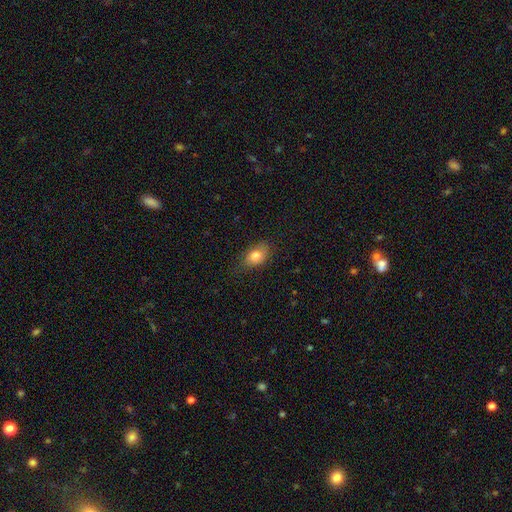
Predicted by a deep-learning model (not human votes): smooth-or-featured: smooth: 82% | featured or disk: 10% | star or artifact: 9%
  how-rounded: in between: 80% | round: 18% | cigar-shaped: 2%
  merging: none: 70% | minor disturbance: 23% | major disturbance: 6% | merger: 1%